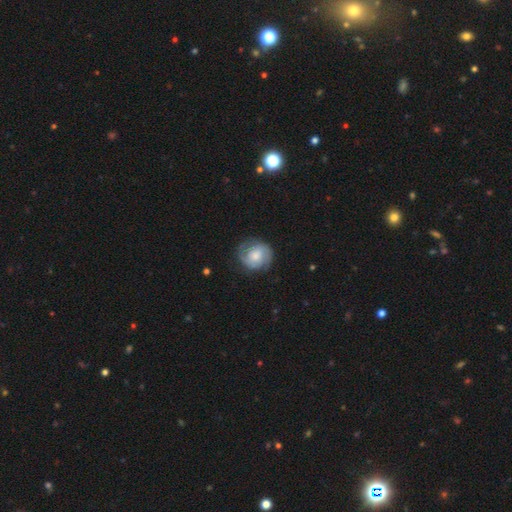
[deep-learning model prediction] Smooth or featured?
  - featured or disk: 57% *
  - smooth: 36%
  - star or artifact: 7%
Edge-on disk?
  - no: 98% *
  - yes: 2%
Bar?
  - no: 69% *
  - weak: 26%
  - strong: 5%
Spiral arms?
  - yes: 87% *
  - no: 13%
Bulge size?
  - moderate: 46% *
  - small: 29%
  - large: 17%
  - none: 6%
  - dominant: 2%
Merging?
  - none: 76% *
  - minor disturbance: 16%
  - major disturbance: 6%
  - merger: 1%